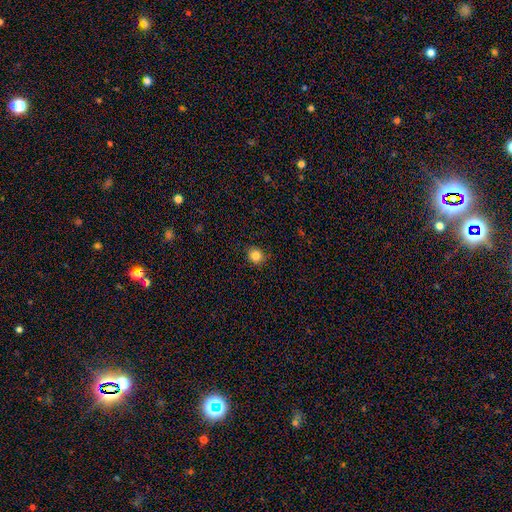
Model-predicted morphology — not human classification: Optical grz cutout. It shows a smooth galaxy with no disk features (84%) that is round (87%). Merging: none (87%).